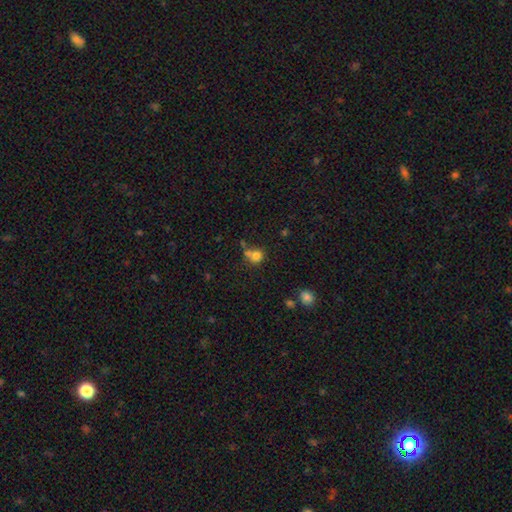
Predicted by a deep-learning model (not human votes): smooth_or_featured: smooth (p=0.76) [alt: star or artifact p=0.14]
how_rounded: round (p=0.79) [alt: in between p=0.20]
merging: none (p=0.46) [alt: merger p=0.31]